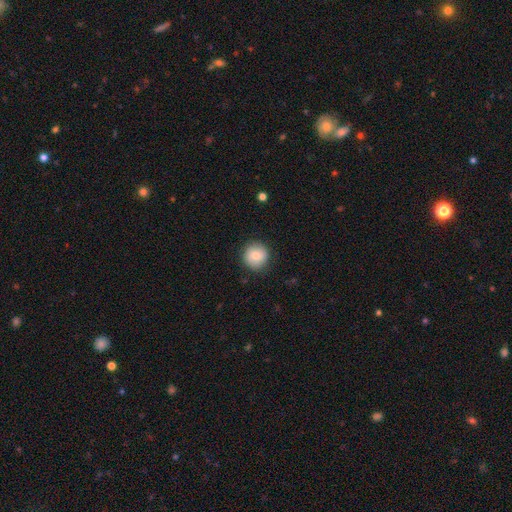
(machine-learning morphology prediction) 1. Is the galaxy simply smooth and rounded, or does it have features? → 78% smooth, 14% featured or disk, 8% star or artifact.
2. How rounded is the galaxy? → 92% round, 7% in between, 1% cigar-shaped.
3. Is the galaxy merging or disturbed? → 88% none, 9% minor disturbance, 2% major disturbance, 1% merger.